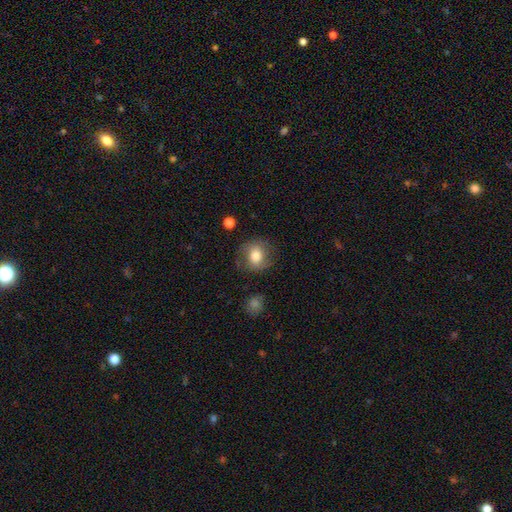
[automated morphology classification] This appears to be a smooth galaxy with no disk features (74%) that is round (70%). Merging: none (74%).